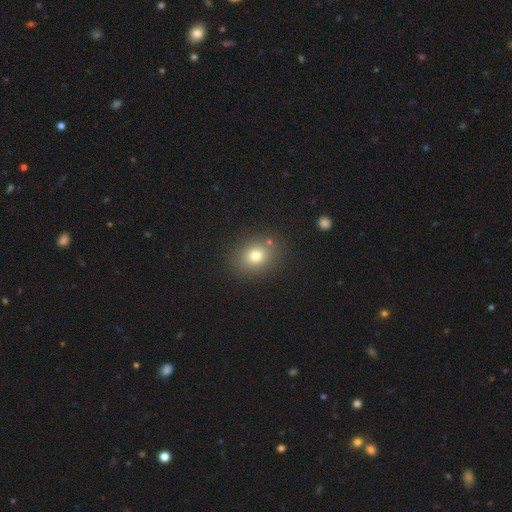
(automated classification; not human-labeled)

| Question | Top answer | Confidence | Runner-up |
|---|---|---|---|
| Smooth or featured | smooth | 75% | star or artifact (14%) |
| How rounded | round | 59% | in between (40%) |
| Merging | none | 83% | minor disturbance (10%) |